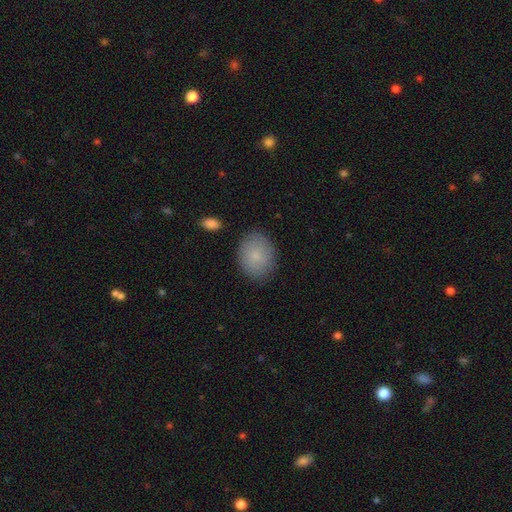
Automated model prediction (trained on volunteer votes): This appears to be a smooth galaxy with no disk features (83%) that is in between round and cigar-shaped (60%). Merging: none (84%).